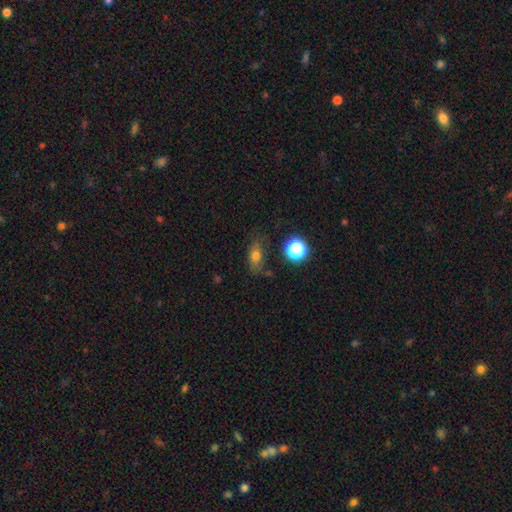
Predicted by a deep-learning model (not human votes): This is likely a smooth galaxy (71%). How rounded: likely in between (73%). Merging: likely none (70%).